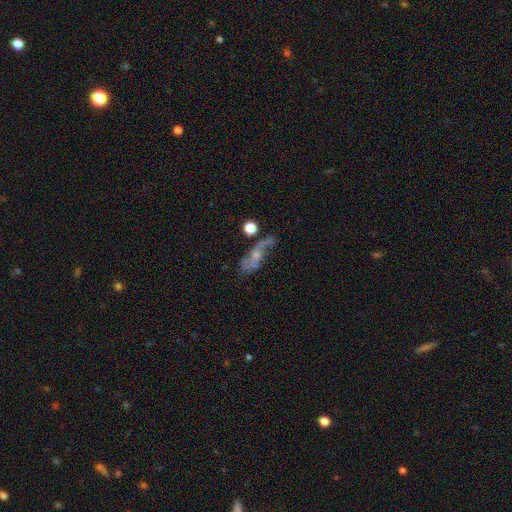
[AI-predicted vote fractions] smooth_or_featured: featured or disk (p=0.66) [alt: smooth p=0.23]
disk_edge_on: no (p=0.84) [alt: yes p=0.16]
bar: no (p=0.70) [alt: weak p=0.24]
has_spiral_arms: yes (p=0.76) [alt: no p=0.24]
bulge_size: small (p=0.48) [alt: moderate p=0.38]
merging: none (p=0.42) [alt: major disturbance p=0.25]